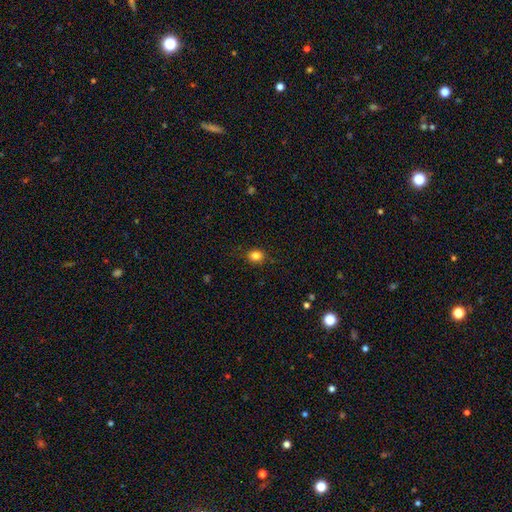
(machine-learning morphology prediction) smooth 83%, star or artifact 12%, featured or disk 6%. Down the decision tree: how rounded — round (61%); merging — none (85%).